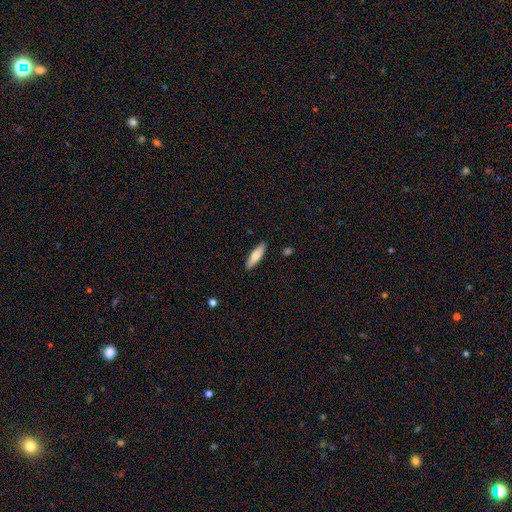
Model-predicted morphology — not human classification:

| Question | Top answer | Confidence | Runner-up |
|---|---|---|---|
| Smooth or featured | smooth | 69% | featured or disk (25%) |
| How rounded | cigar-shaped | 58% | in between (41%) |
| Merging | none | 89% | minor disturbance (8%) |